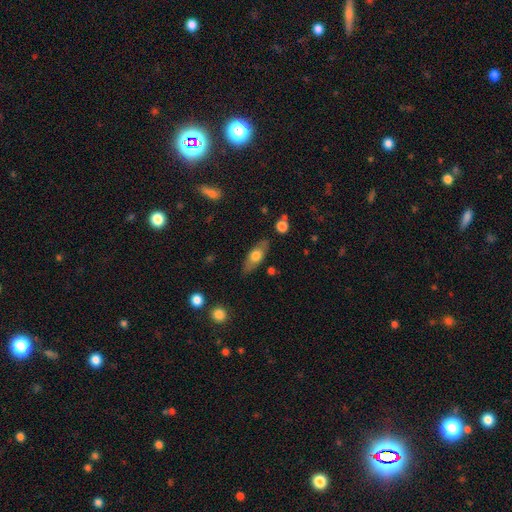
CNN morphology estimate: Q: Smooth or featured?
A: smooth (57%); runner-up: featured or disk (37%)
Q: How rounded?
A: in between (69%); runner-up: cigar-shaped (27%)
Q: Merging?
A: none (80%); runner-up: minor disturbance (14%)